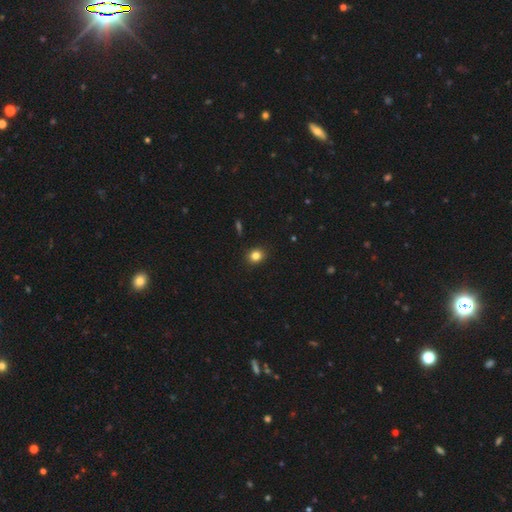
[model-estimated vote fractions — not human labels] This appears to be a smooth galaxy with no disk features (83%) that is round (75%). Merging: none (90%).